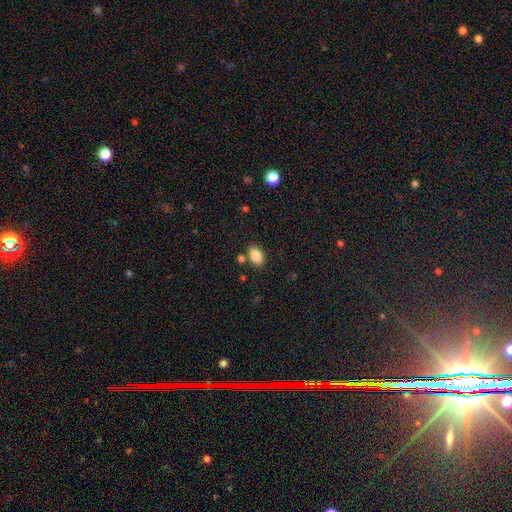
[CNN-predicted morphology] This is clearly a smooth galaxy (86%). How rounded: clearly in between (86%). Merging: likely none (79%).